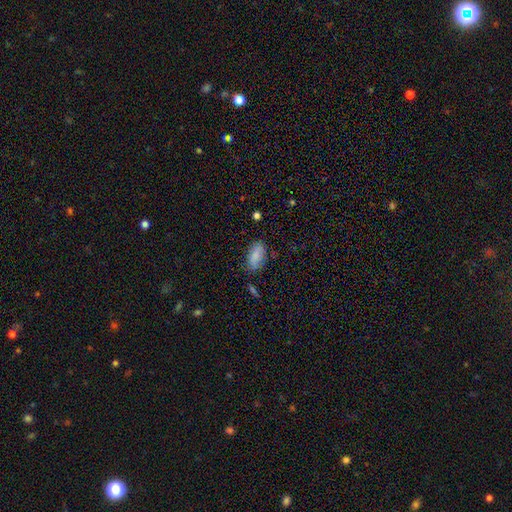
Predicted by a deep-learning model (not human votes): smooth-or-featured: smooth: 80% | featured or disk: 12% | star or artifact: 8%
  how-rounded: in between: 90% | cigar-shaped: 7% | round: 3%
  merging: none: 72% | minor disturbance: 21% | major disturbance: 5% | merger: 3%